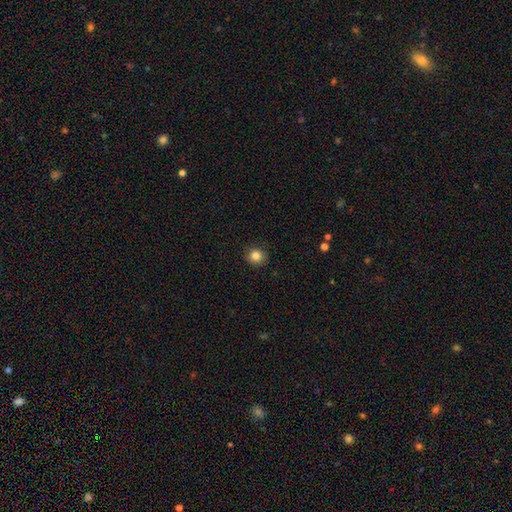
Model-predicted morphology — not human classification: smooth 84%, star or artifact 11%, featured or disk 5%. Down the decision tree: how rounded — round (89%); merging — none (90%).